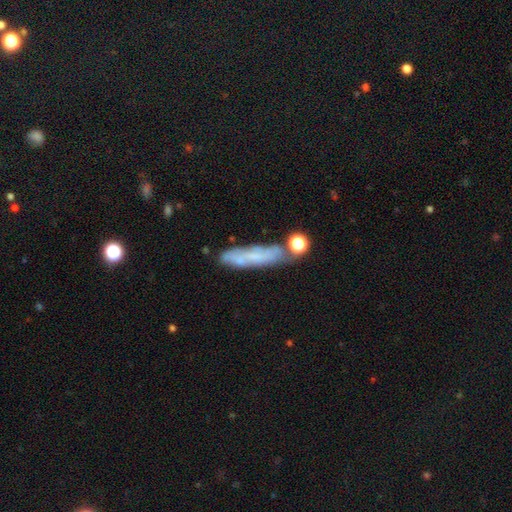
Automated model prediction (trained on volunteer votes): smooth 46%, featured or disk 44%, star or artifact 10%. Down the decision tree: merging — none (62%).